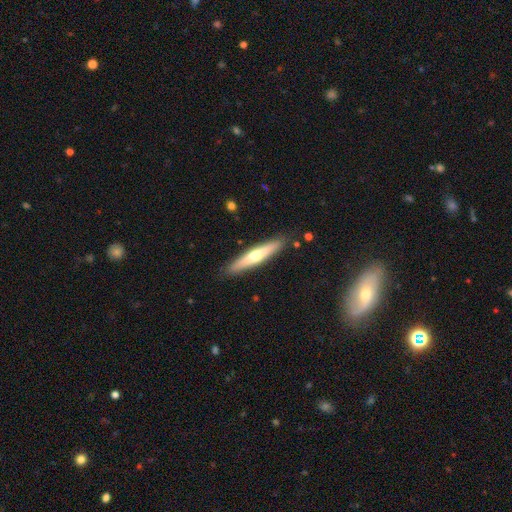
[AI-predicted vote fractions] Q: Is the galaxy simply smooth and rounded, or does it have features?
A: smooth — 49%.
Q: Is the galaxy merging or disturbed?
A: none — 89%.